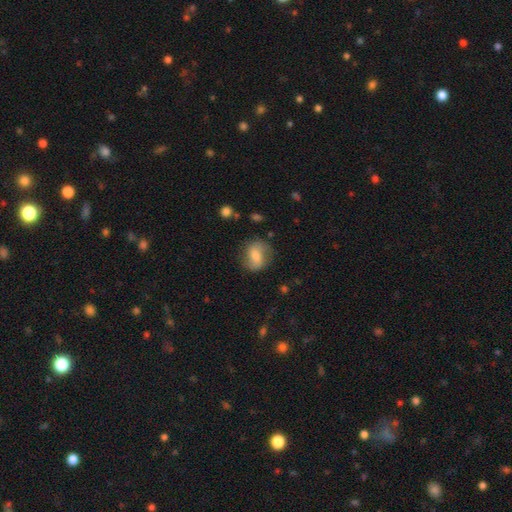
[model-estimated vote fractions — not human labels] Q: Smooth or featured?
A: smooth (49%); runner-up: featured or disk (43%)
Q: Merging?
A: none (75%); runner-up: minor disturbance (17%)